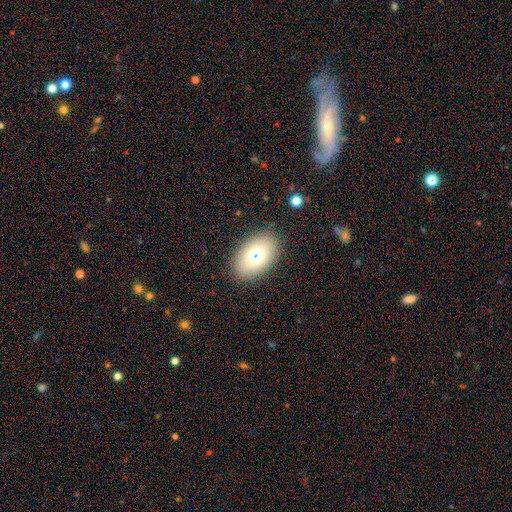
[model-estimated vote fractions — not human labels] A smooth galaxy with no disk features (71%) that is in between round and cigar-shaped (85%).

Vote fractions:
- Smooth or featured? smooth: 71% / featured or disk: 16% / star or artifact: 13%
- How rounded? in between: 85% / round: 14% / cigar-shaped: 1%
- Merging? none: 85% / minor disturbance: 9% / major disturbance: 4% / merger: 3%